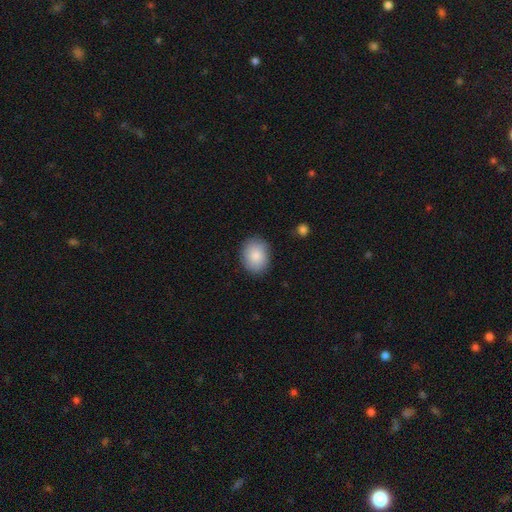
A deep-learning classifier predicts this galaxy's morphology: A smooth galaxy with no disk features (86%) that is in between round and cigar-shaped (55%). Merging: none (85%).